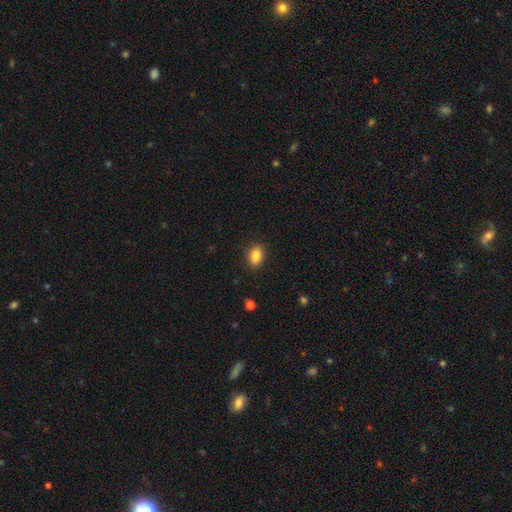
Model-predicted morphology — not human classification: Smooth or featured? Predicted: smooth (p=0.85). How rounded? Predicted: in between (p=0.82). Merging? Predicted: none (p=0.87).